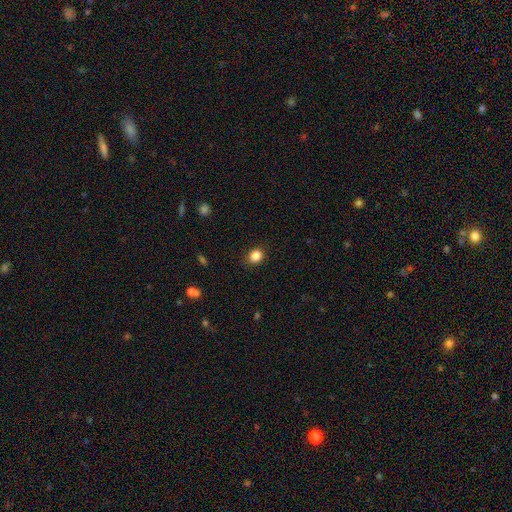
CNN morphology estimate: Overall: smooth (86%). How rounded: round (65%; in between 34%). Merging: none (86%).